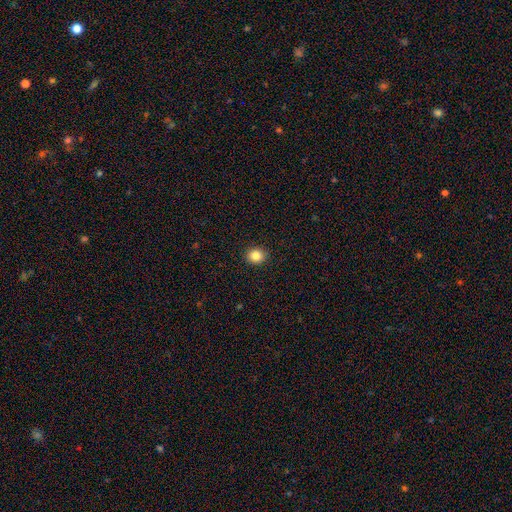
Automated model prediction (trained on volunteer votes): Smooth or featured: smooth — 84% (star or artifact — 11%)
How rounded: round — 76% (in between — 24%)
Merging: none — 92% (minor disturbance — 6%)